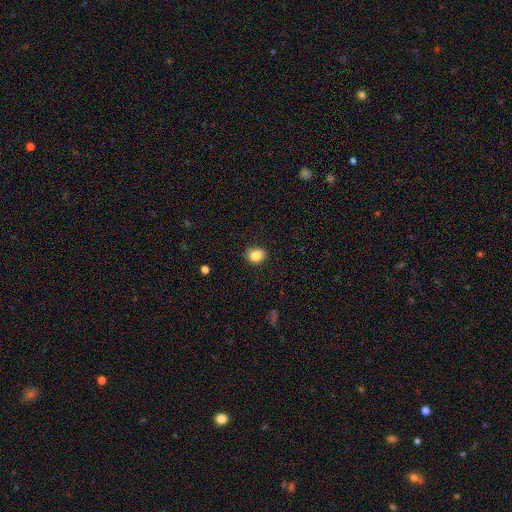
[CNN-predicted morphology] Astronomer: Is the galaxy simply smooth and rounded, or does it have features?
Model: smooth — 83%.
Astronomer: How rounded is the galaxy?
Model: round — 67%.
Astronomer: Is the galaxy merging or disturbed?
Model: none — 82%.